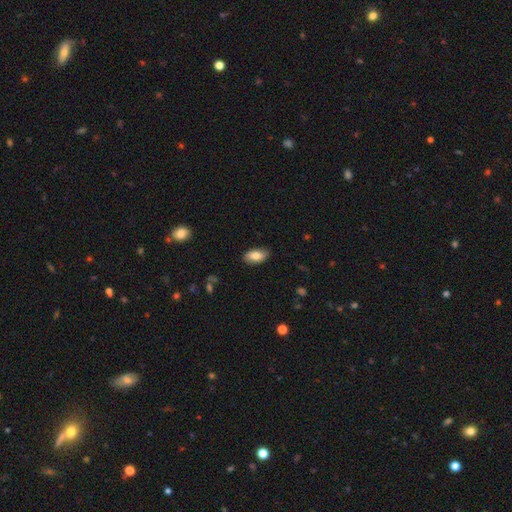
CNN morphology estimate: This is clearly a smooth galaxy (80%). How rounded: clearly in between (93%). Merging: clearly none (85%).